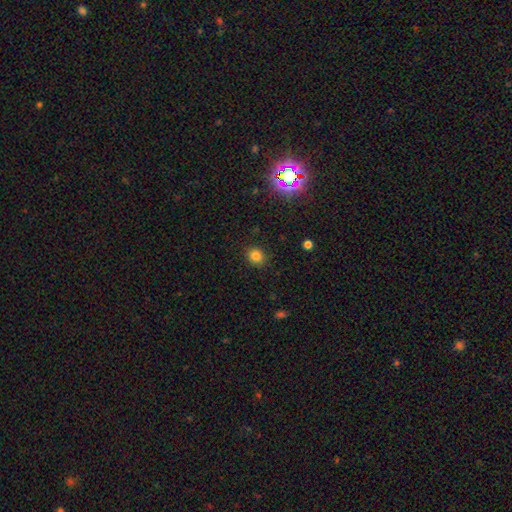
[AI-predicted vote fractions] Morphology: type=smooth (80%); roundness=round (77%); merging=none (88%).